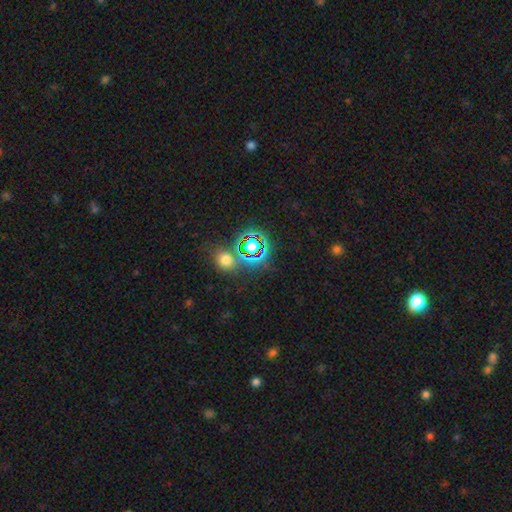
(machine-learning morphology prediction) The model was most divided on "smooth or featured": star or artifact: 66%, smooth: 25%, featured or disk: 9%.